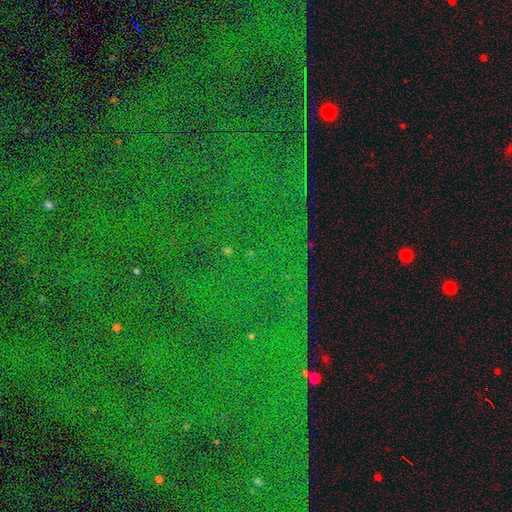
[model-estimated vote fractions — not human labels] smooth_or_featured: star or artifact (p=0.86) [alt: featured or disk p=0.07]